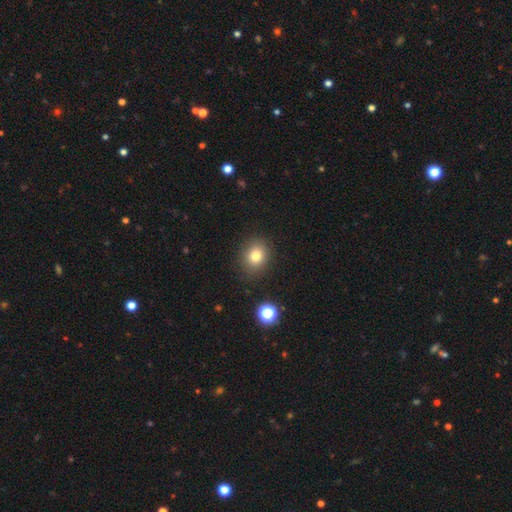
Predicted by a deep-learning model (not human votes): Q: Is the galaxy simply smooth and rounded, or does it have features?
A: smooth — 79%.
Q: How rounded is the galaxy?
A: round — 71%.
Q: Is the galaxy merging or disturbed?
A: none — 86%.